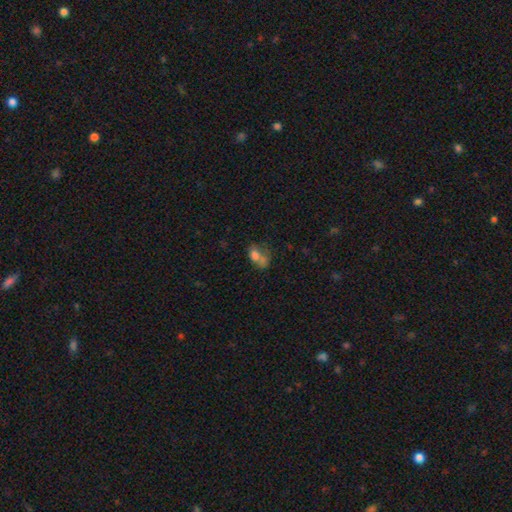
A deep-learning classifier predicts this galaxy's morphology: Smooth or featured: smooth — 65% (featured or disk — 21%)
How rounded: in between — 76% (round — 22%)
Merging: merger — 33% (major disturbance — 25%)